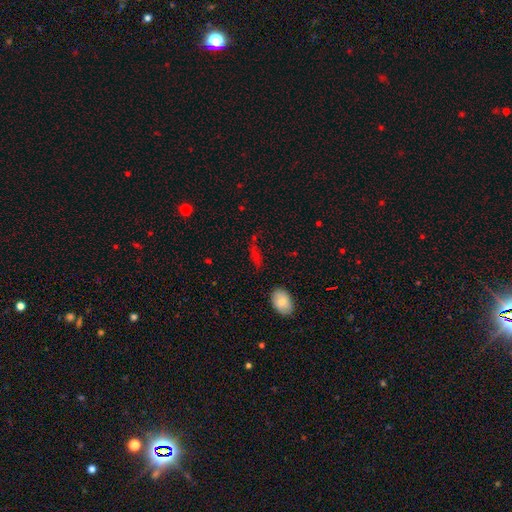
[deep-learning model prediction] Smooth or featured?
  - smooth: 61% *
  - star or artifact: 22%
  - featured or disk: 17%
How rounded?
  - in between: 68% *
  - cigar-shaped: 22%
  - round: 10%
Merging?
  - none: 62% *
  - minor disturbance: 19%
  - major disturbance: 11%
  - merger: 8%